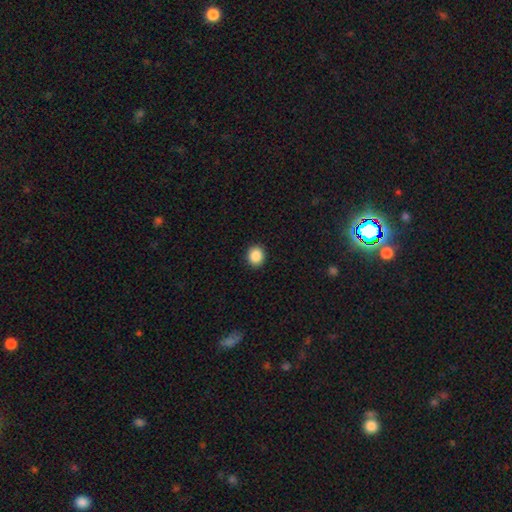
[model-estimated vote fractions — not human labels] smooth-or-featured: smooth: 88% | star or artifact: 9% | featured or disk: 3%
  how-rounded: round: 79% | in between: 20% | cigar-shaped: 1%
  merging: none: 92% | minor disturbance: 5% | major disturbance: 2% | merger: 1%